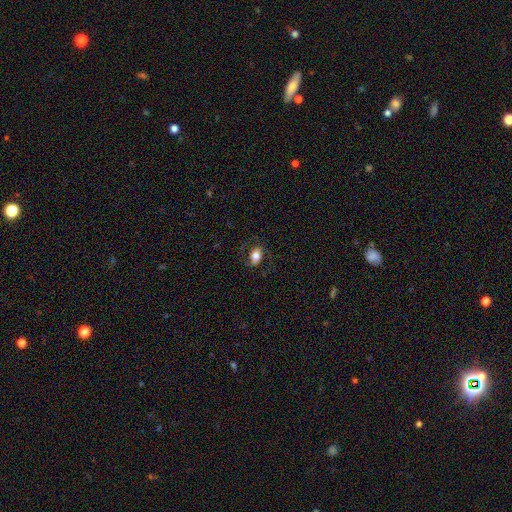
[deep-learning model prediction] Smooth or featured? Predicted: smooth (p=0.65). How rounded? Predicted: in between (p=0.84). Merging? Predicted: none (p=0.77).